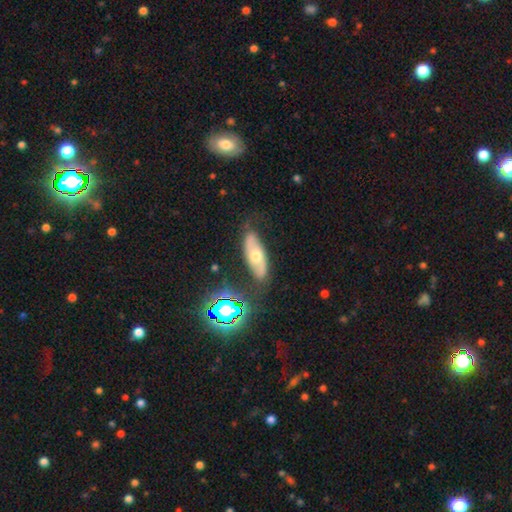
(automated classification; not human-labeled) Smooth or featured? Predicted: featured or disk (p=0.51). Edge-on disk? Predicted: no (p=0.75). Merging? Predicted: none (p=0.72).